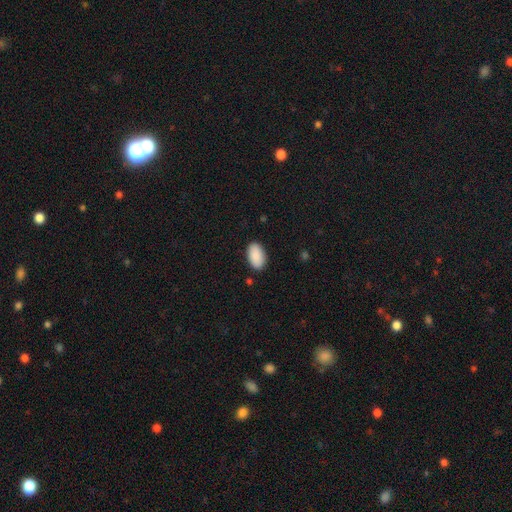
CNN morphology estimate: This is clearly a smooth galaxy (91%). How rounded: clearly in between (95%). Merging: clearly none (88%).